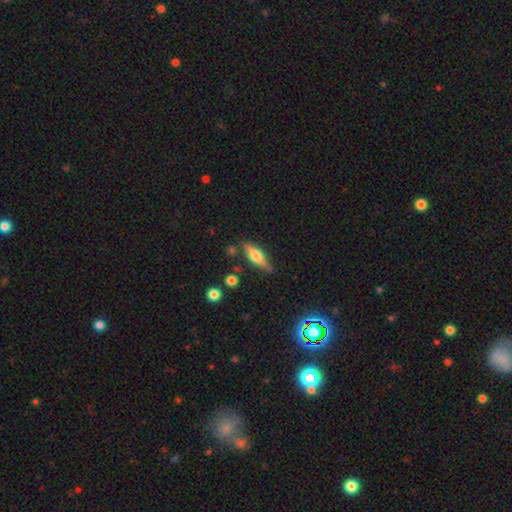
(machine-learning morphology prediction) Smooth or featured?
  - smooth: 50% *
  - featured or disk: 43%
  - star or artifact: 7%
Merging?
  - none: 75% *
  - minor disturbance: 16%
  - merger: 5%
  - major disturbance: 4%